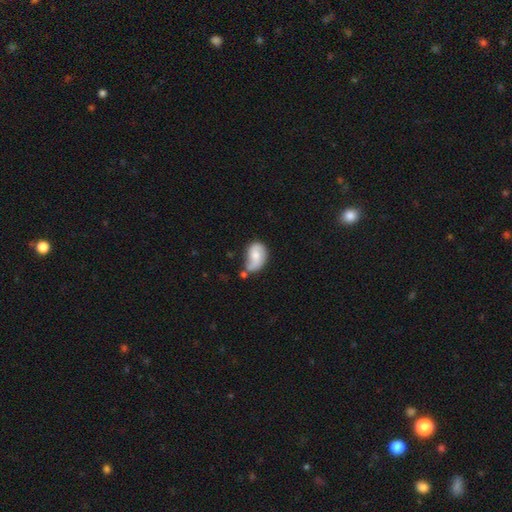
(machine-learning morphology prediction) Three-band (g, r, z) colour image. It shows a smooth galaxy with no disk features (50%) that is in between round and cigar-shaped (83%). Merging: none (38%).